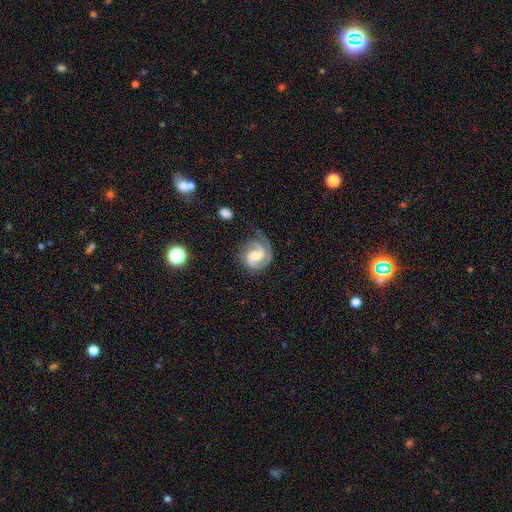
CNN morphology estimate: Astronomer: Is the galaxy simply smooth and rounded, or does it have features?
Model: featured or disk — 88%.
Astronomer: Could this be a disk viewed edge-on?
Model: no — 98%.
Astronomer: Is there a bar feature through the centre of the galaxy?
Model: weak — 48% (runner-up: no, 38%).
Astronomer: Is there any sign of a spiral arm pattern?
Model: yes — 98%.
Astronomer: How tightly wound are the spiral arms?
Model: tight — 52% (runner-up: medium, 40%).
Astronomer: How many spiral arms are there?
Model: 2 — 71%.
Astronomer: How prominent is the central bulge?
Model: moderate — 45% (runner-up: small, 38%).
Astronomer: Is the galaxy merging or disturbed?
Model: none — 67%.